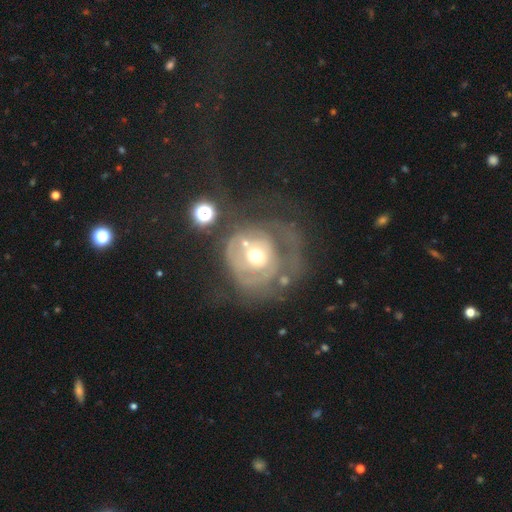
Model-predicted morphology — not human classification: The model was most divided on "spiral arms": no: 51%, yes: 49%. Remaining: edge-on disk — no (97%); bar — no (82%); bulge size — moderate (68%); smooth or featured — featured or disk (63%); merging — major disturbance (44%).